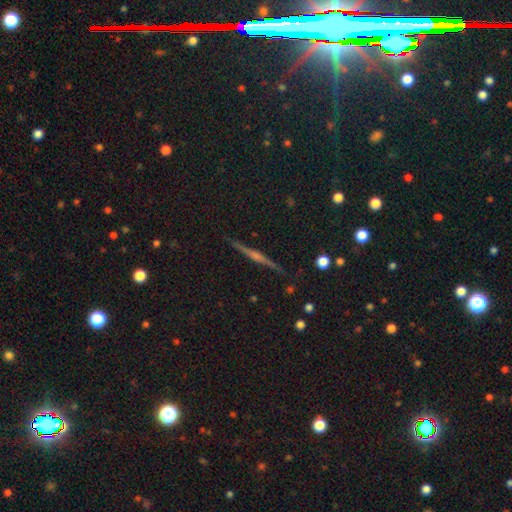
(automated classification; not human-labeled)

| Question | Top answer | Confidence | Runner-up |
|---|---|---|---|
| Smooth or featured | featured or disk | 76% | smooth (14%) |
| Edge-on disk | yes | 98% | no (2%) |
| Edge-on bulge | rounded | 73% | none (15%) |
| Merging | none | 91% | minor disturbance (7%) |